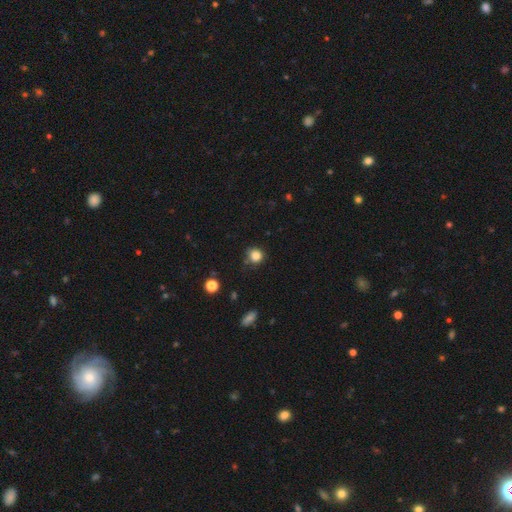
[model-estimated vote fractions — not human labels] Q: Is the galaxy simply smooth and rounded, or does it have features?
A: smooth — 83%.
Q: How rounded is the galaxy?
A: round — 87%.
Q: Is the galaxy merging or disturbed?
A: none — 78%.